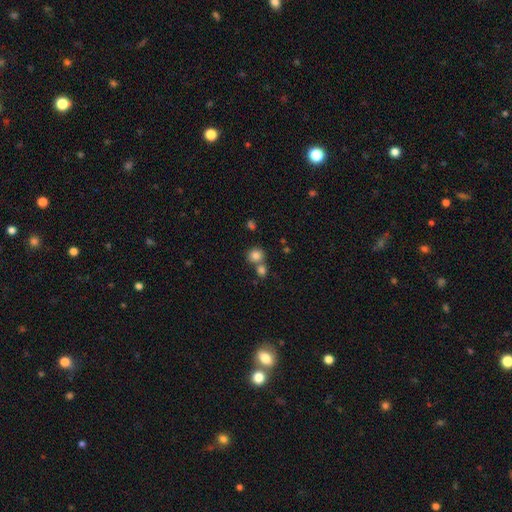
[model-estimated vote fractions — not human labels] Q: Smooth or featured?
A: smooth (82%); runner-up: star or artifact (11%)
Q: How rounded?
A: round (84%); runner-up: in between (15%)
Q: Merging?
A: none (55%); runner-up: merger (35%)